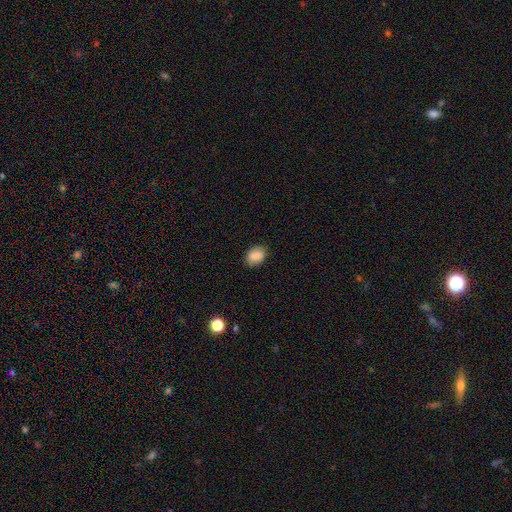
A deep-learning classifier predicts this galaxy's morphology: smooth_or_featured: smooth (p=0.86) [alt: star or artifact p=0.08]
how_rounded: in between (p=0.72) [alt: round p=0.27]
merging: none (p=0.83) [alt: minor disturbance p=0.13]